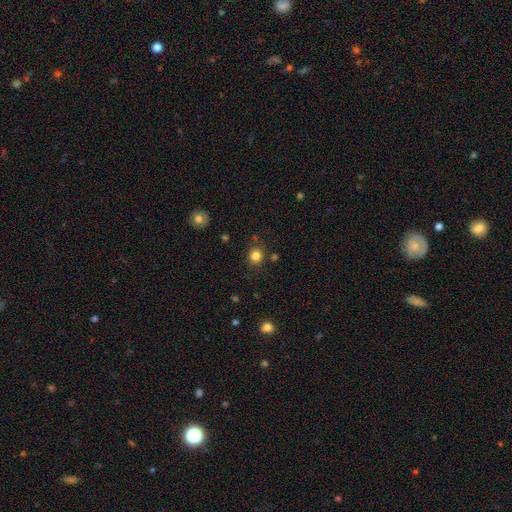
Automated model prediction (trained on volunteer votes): This is clearly a smooth galaxy (82%). How rounded: clearly round (84%). Merging: clearly none (84%).